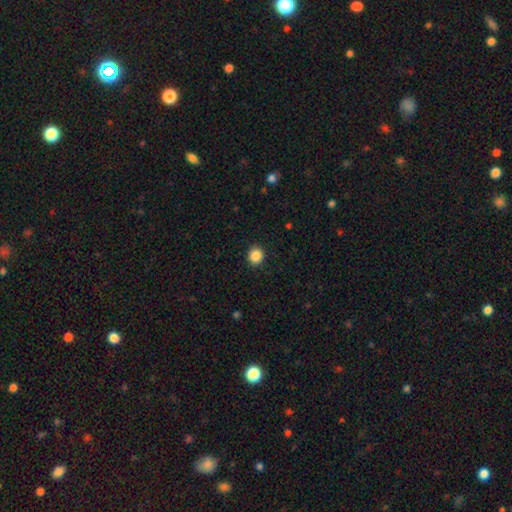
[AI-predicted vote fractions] smooth 87%, star or artifact 10%, featured or disk 3%. Down the decision tree: how rounded — round (87%); merging — none (92%).